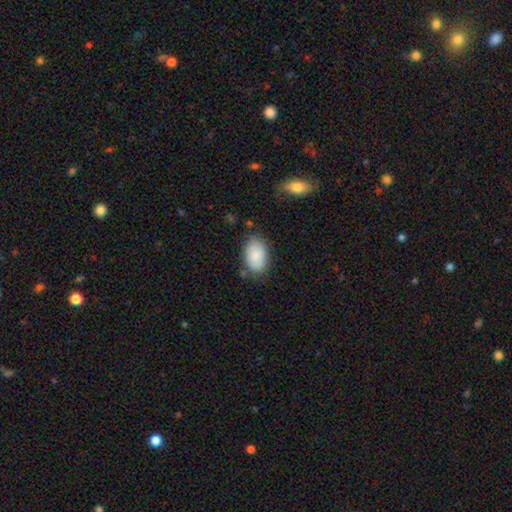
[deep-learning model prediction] This appears to be a smooth galaxy with no disk features (87%) that is in between round and cigar-shaped (92%). Merging: none (77%).